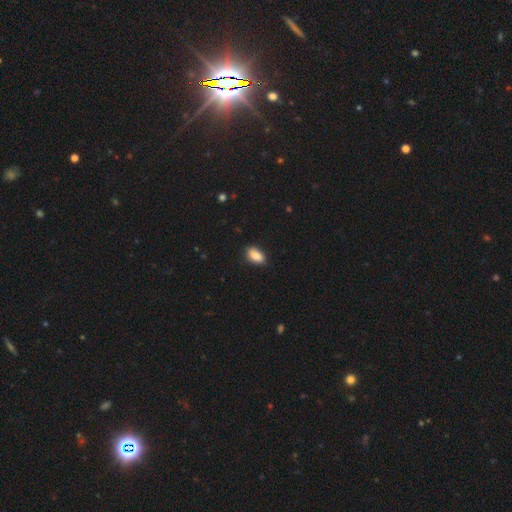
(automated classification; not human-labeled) This appears to be a smooth galaxy with no disk features (88%) that is in between round and cigar-shaped (92%). Merging: none (84%).